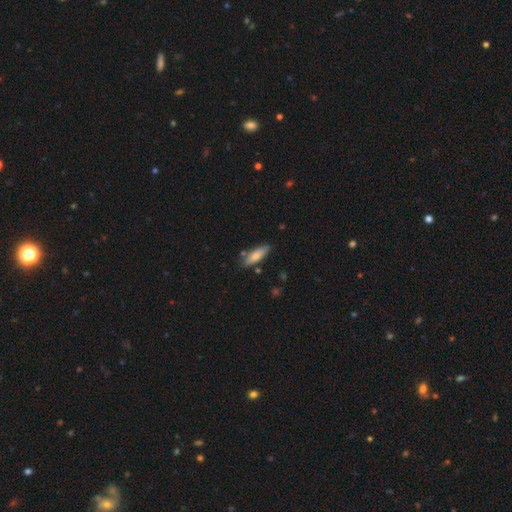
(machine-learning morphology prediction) type=smooth (76%); roundness=cigar-shaped (52%); merging=none (80%).